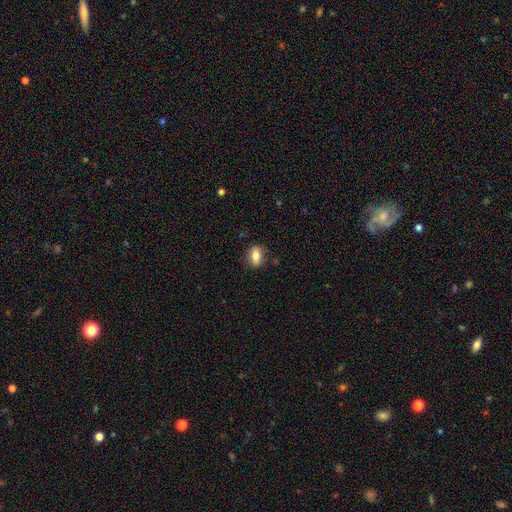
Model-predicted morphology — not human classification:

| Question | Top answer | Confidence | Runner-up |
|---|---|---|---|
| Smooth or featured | smooth | 78% | featured or disk (14%) |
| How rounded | in between | 78% | round (17%) |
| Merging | none | 81% | minor disturbance (14%) |